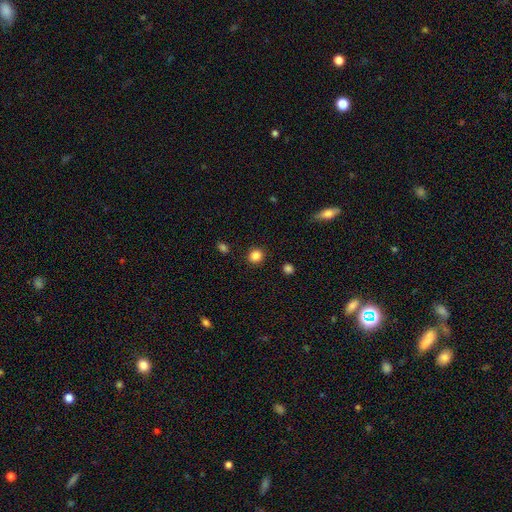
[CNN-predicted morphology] smooth_or_featured: smooth (p=0.85) [alt: star or artifact p=0.11]
how_rounded: round (p=0.90) [alt: in between p=0.09]
merging: none (p=0.91) [alt: minor disturbance p=0.05]